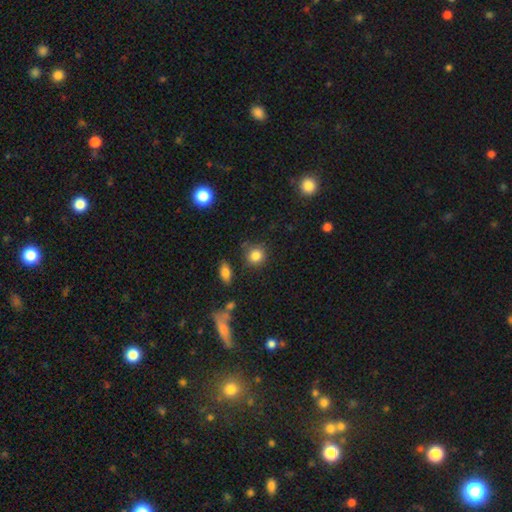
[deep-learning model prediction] smooth-or-featured: smooth: 84% | star or artifact: 10% | featured or disk: 6%
  how-rounded: round: 83% | in between: 15% | cigar-shaped: 1%
  merging: none: 79% | minor disturbance: 12% | merger: 5% | major disturbance: 4%